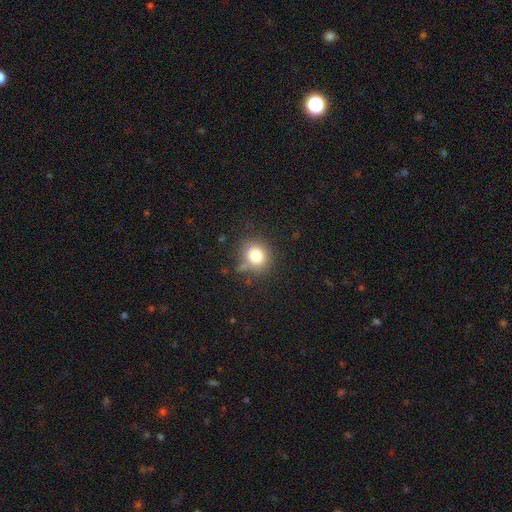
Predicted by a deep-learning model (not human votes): A smooth galaxy with no disk features (81%) that is round (75%). Merging: none (71%).